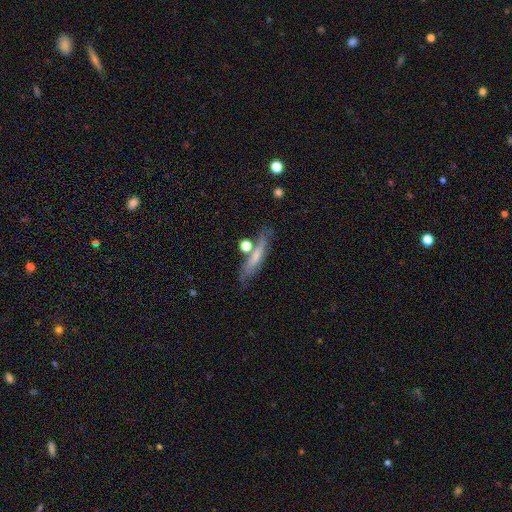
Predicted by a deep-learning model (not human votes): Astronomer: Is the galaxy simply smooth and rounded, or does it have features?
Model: smooth — 53% (runner-up: featured or disk, 39%).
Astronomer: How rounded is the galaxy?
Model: cigar-shaped — 78%.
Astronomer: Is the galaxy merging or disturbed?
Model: none — 65%.